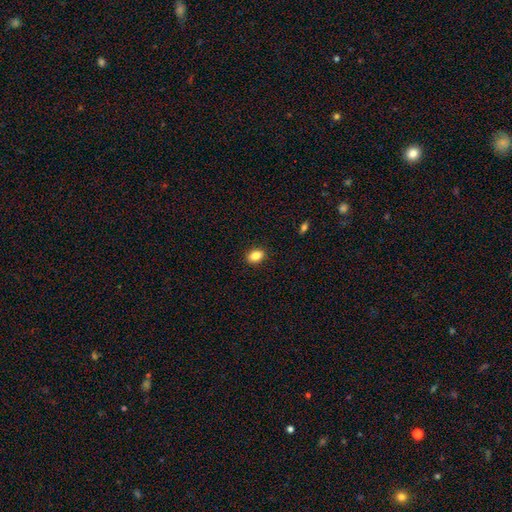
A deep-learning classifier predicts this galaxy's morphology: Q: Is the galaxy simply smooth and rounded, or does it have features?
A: smooth — 86%.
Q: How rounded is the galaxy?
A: in between — 79%.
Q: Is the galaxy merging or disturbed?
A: none — 90%.